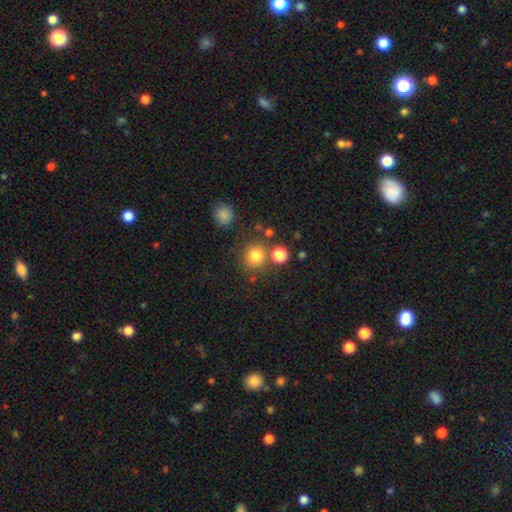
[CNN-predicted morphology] The model was most divided on "merging": none: 76%, merger: 11%, minor disturbance: 9%, major disturbance: 4%. More confident: how rounded — round (89%); smooth or featured — smooth (80%).